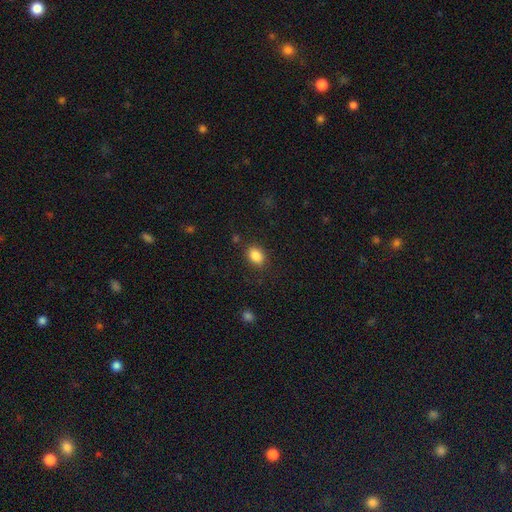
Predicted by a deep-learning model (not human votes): A smooth galaxy with no disk features (86%) that is in between round and cigar-shaped (67%).

Vote fractions:
- Smooth or featured? smooth: 86% / star or artifact: 9% / featured or disk: 5%
- How rounded? in between: 67% / round: 32% / cigar-shaped: 1%
- Merging? none: 82% / minor disturbance: 12% / major disturbance: 4% / merger: 2%